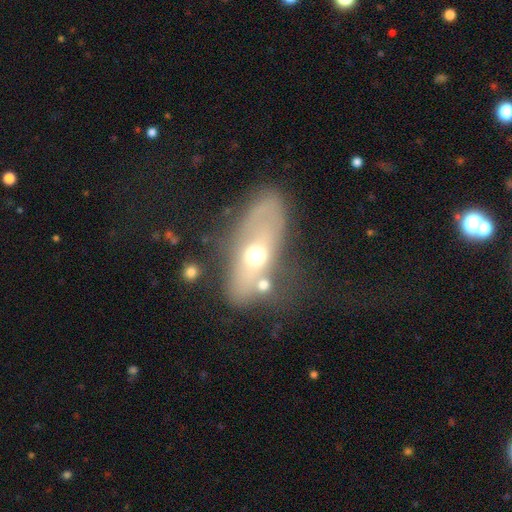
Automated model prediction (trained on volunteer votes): Q: Smooth or featured?
A: featured or disk (49%); runner-up: smooth (41%)
Q: Merging?
A: none (52%); runner-up: minor disturbance (19%)